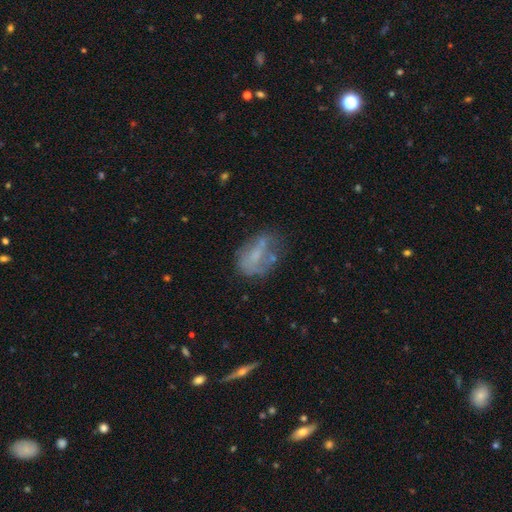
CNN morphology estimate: Smooth or featured? smooth (44%)
Merging? none (41%)